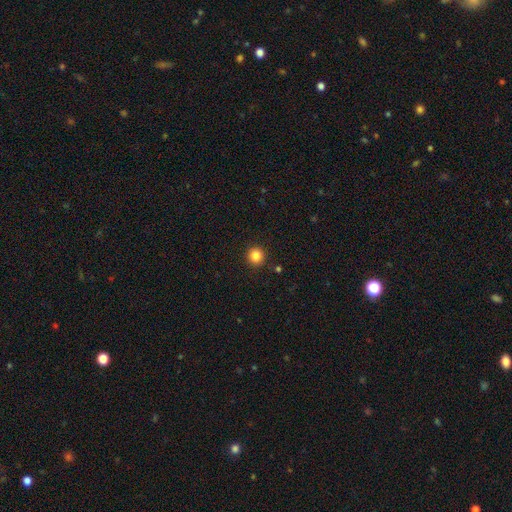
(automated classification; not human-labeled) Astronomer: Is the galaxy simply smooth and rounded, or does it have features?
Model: smooth — 84%.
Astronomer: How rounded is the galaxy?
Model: round — 93%.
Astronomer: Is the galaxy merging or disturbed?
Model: none — 92%.